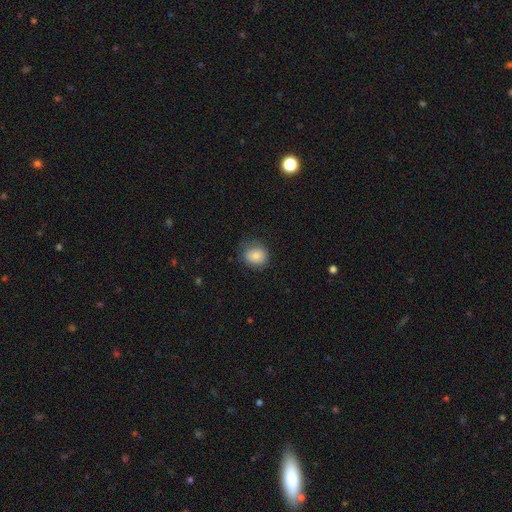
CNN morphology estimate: The model was most divided on "how rounded": round: 73%, in between: 26%, cigar-shaped: 1%. More confident: smooth or featured — smooth (80%); merging — none (73%).